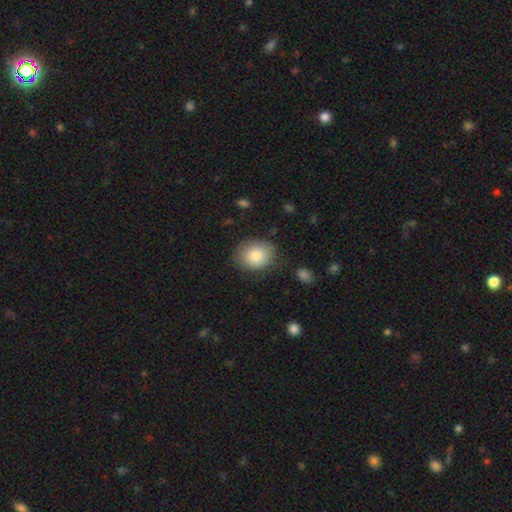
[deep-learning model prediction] smooth 83%, featured or disk 9%, star or artifact 7%. Down the decision tree: how rounded — round (51%); merging — none (77%).